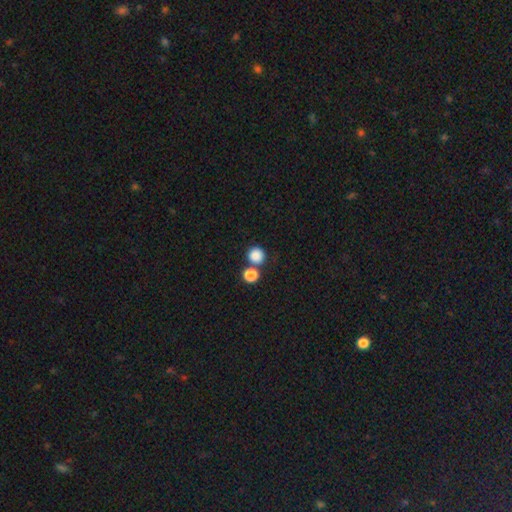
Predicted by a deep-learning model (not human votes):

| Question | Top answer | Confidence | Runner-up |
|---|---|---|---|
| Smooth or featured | smooth | 85% | star or artifact (11%) |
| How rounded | round | 91% | in between (8%) |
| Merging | none | 67% | merger (24%) |